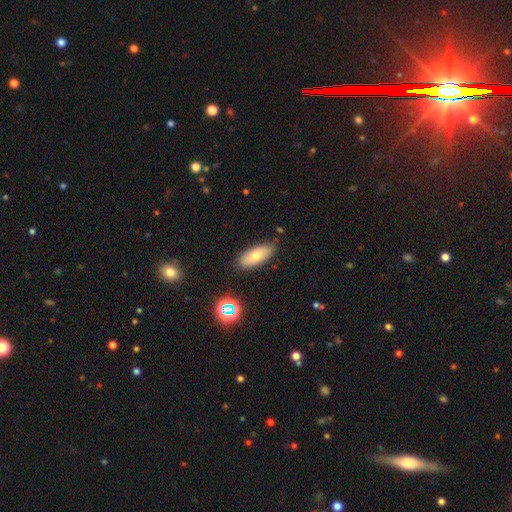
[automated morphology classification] Smooth or featured? Predicted: smooth (p=0.69). How rounded? Predicted: in between (p=0.82). Merging? Predicted: none (p=0.81).